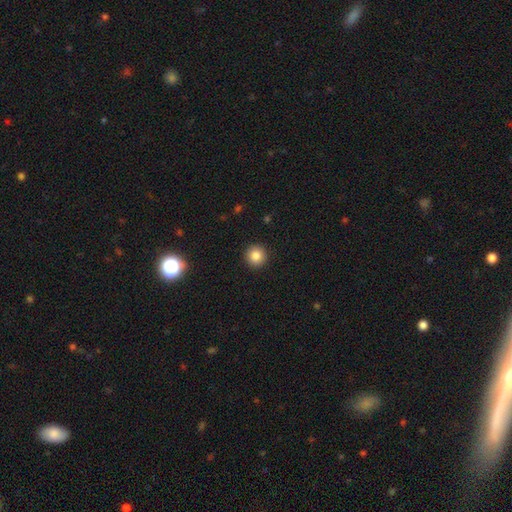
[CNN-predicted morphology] Smooth or featured? smooth (84%)
How rounded? round (95%)
Merging? none (93%)